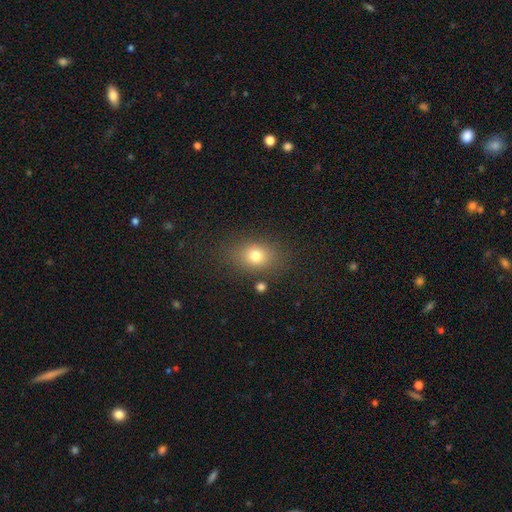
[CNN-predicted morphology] The model was most divided on "how rounded": in between: 59%, round: 39%, cigar-shaped: 2%. More confident: merging — none (80%); smooth or featured — smooth (75%).